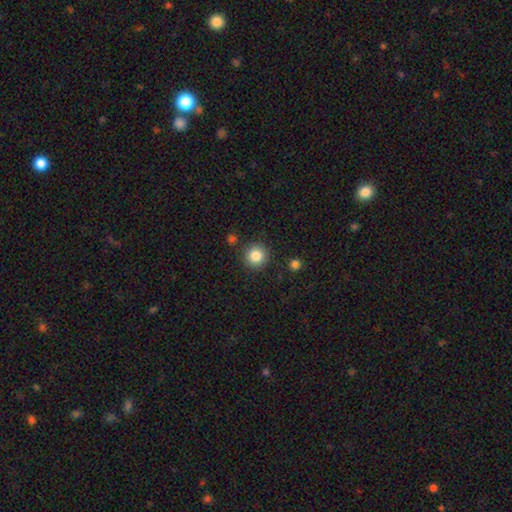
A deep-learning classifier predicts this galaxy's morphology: smooth 85%, star or artifact 10%, featured or disk 5%. Down the decision tree: how rounded — round (94%); merging — none (88%).